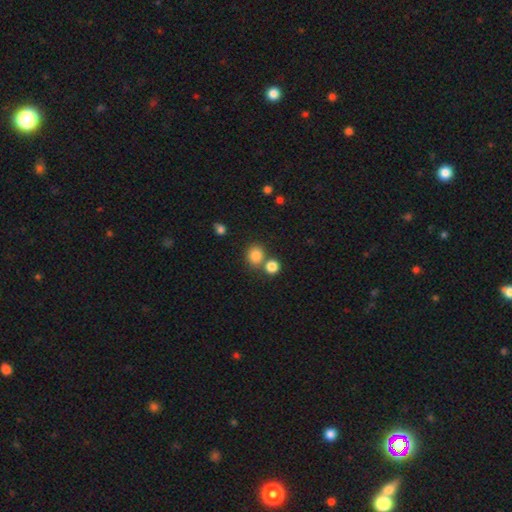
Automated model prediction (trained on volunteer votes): A smooth galaxy with no disk features (83%) that is round (78%).

Vote fractions:
- Smooth or featured? smooth: 83% / star or artifact: 11% / featured or disk: 5%
- How rounded? round: 78% / in between: 21% / cigar-shaped: 1%
- Merging? none: 61% / merger: 27% / minor disturbance: 9% / major disturbance: 3%